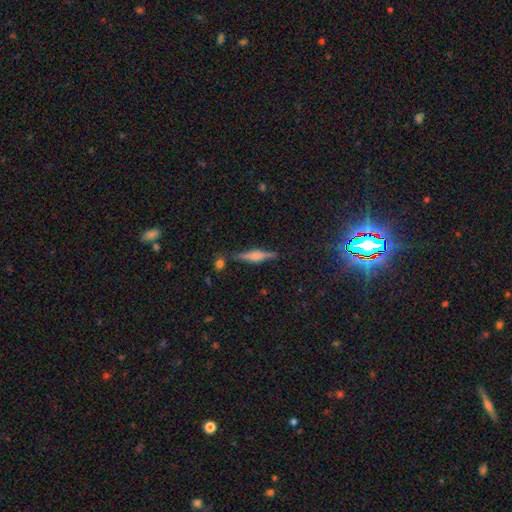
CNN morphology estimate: Smooth or featured: featured or disk — 62% (smooth — 30%)
Edge-on disk: yes — 96% (no — 4%)
Edge-on bulge: rounded — 68% (boxy — 25%)
Merging: none — 82% (minor disturbance — 12%)